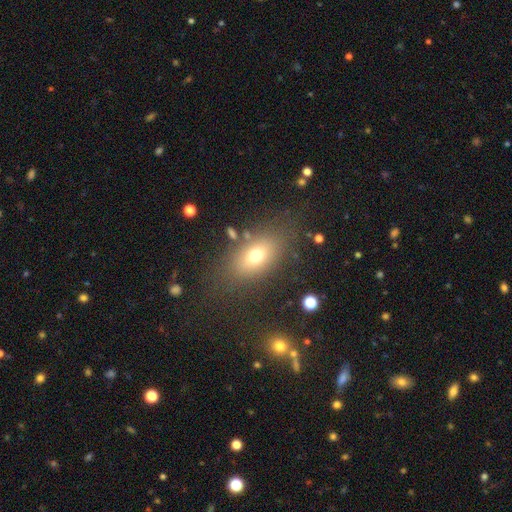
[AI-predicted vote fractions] A smooth galaxy with no disk features (69%) that is in between round and cigar-shaped (79%).

Vote fractions:
- Smooth or featured? smooth: 69% / featured or disk: 18% / star or artifact: 13%
- How rounded? in between: 79% / round: 16% / cigar-shaped: 5%
- Merging? none: 76% / minor disturbance: 13% / major disturbance: 8% / merger: 4%